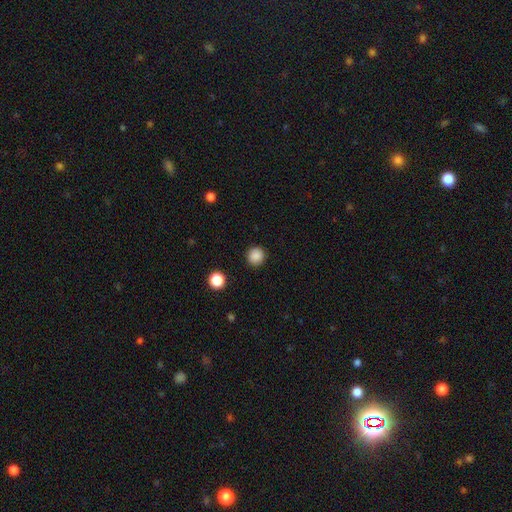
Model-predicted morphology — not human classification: The model was most divided on "smooth or featured": smooth: 87%, star or artifact: 11%, featured or disk: 3%. More confident: how rounded — round (94%); merging — none (91%).